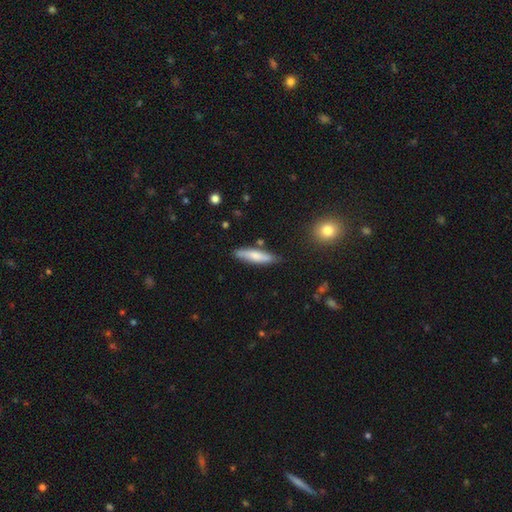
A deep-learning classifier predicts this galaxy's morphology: Smooth or featured? smooth (69%)
How rounded? cigar-shaped (78%)
Merging? none (80%)